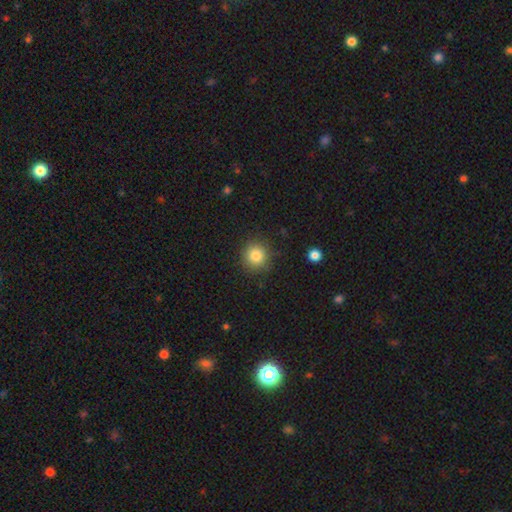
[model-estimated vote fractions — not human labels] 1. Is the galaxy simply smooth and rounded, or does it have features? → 83% smooth, 11% star or artifact, 6% featured or disk.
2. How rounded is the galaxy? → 92% round, 7% in between, 1% cigar-shaped.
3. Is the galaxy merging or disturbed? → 88% none, 8% minor disturbance, 3% major disturbance, 1% merger.